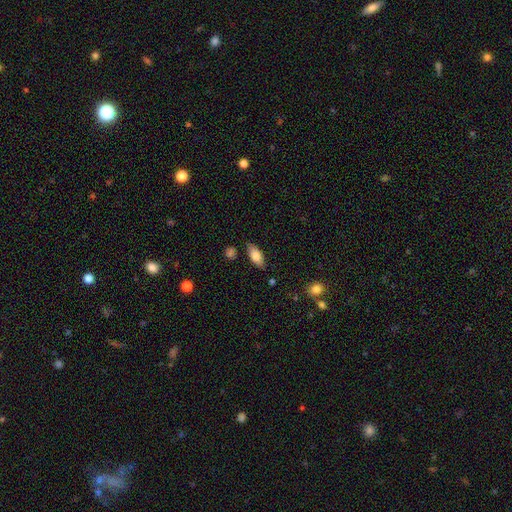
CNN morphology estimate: type=smooth (76%); roundness=in between (83%); merging=none (80%).